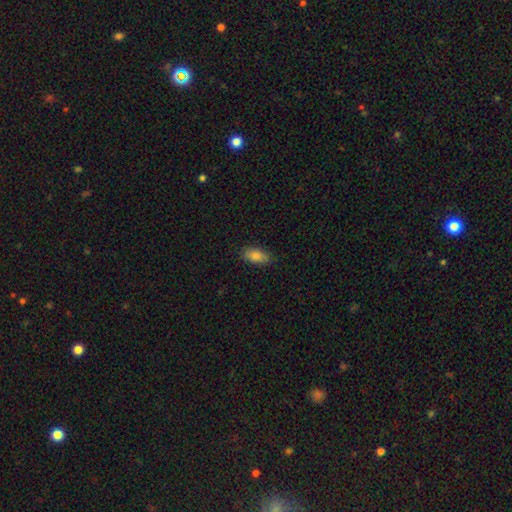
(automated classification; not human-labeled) smooth-or-featured: smooth: 84% | featured or disk: 9% | star or artifact: 8%
  how-rounded: in between: 90% | cigar-shaped: 6% | round: 4%
  merging: none: 83% | minor disturbance: 14% | major disturbance: 3% | merger: 1%